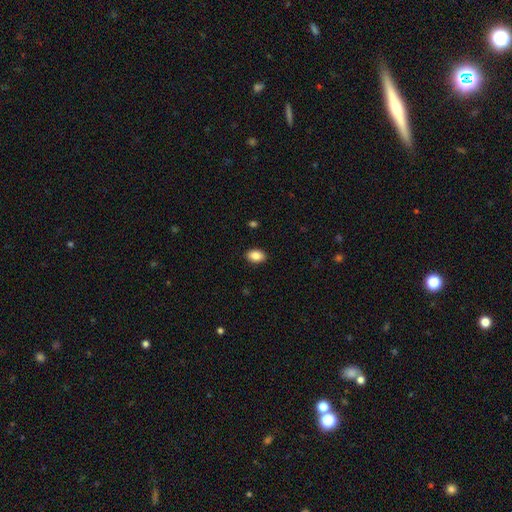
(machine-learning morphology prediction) This is clearly a smooth galaxy (88%). How rounded: clearly in between (86%). Merging: clearly none (90%).